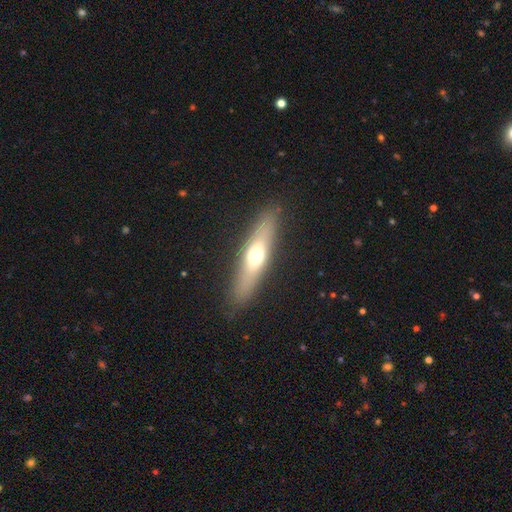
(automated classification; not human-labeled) A smooth galaxy with no disk features (52%) that is cigar-shaped (69%). Merging: none (87%).